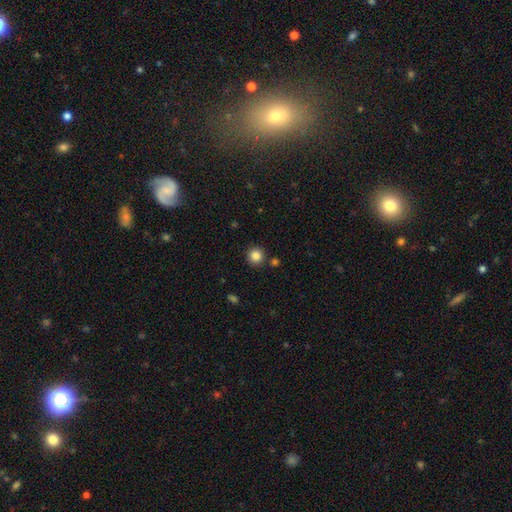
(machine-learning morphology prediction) Smooth or featured? smooth (84%)
How rounded? round (94%)
Merging? none (88%)